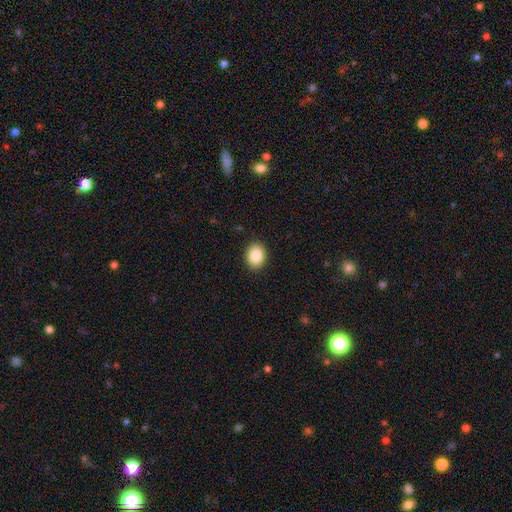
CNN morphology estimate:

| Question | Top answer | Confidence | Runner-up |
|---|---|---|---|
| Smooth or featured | smooth | 87% | star or artifact (8%) |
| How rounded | in between | 63% | round (36%) |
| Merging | none | 90% | minor disturbance (7%) |